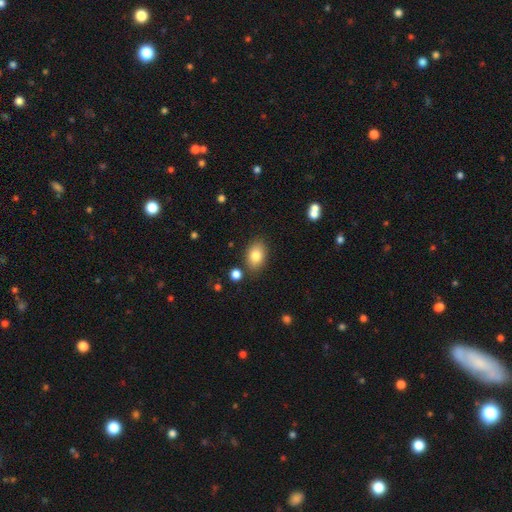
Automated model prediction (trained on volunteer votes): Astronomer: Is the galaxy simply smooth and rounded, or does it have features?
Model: smooth — 82%.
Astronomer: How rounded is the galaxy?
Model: in between — 82%.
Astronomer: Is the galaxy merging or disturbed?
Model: none — 82%.